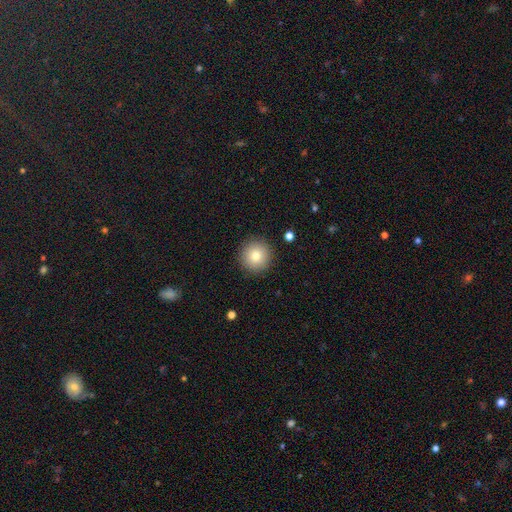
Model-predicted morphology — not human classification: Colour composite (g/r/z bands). It shows a smooth galaxy with no disk features (80%) that is round (95%). Merging: none (92%).